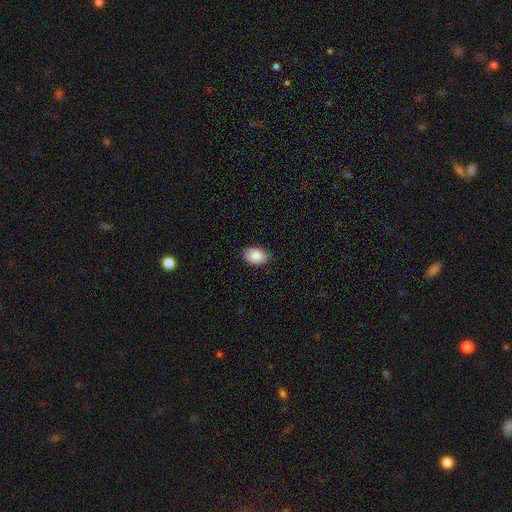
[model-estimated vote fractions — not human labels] smooth 88%, star or artifact 7%, featured or disk 5%. Down the decision tree: how rounded — in between (86%); merging — none (77%).